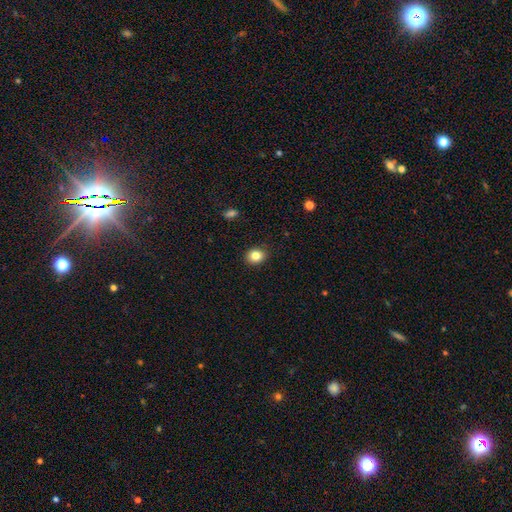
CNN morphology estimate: smooth_or_featured: smooth (p=0.83) [alt: star or artifact p=0.10]
how_rounded: round (p=0.58) [alt: in between p=0.41]
merging: none (p=0.89) [alt: minor disturbance p=0.08]